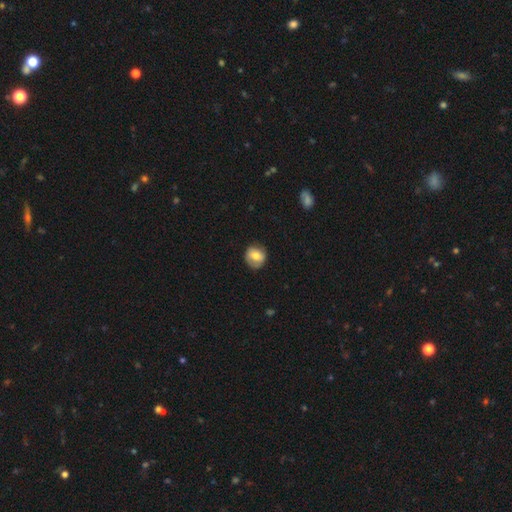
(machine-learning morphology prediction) This appears to be a smooth galaxy with no disk features (67%) that is round (80%). Merging: none (79%).